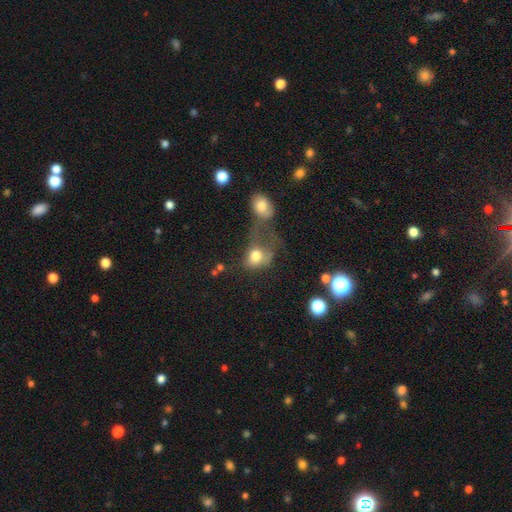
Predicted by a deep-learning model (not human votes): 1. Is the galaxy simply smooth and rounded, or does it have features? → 72% smooth, 17% featured or disk, 10% star or artifact.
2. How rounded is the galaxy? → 56% in between, 42% round, 1% cigar-shaped.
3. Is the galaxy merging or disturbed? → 39% merger, 28% major disturbance, 19% none, 13% minor disturbance.